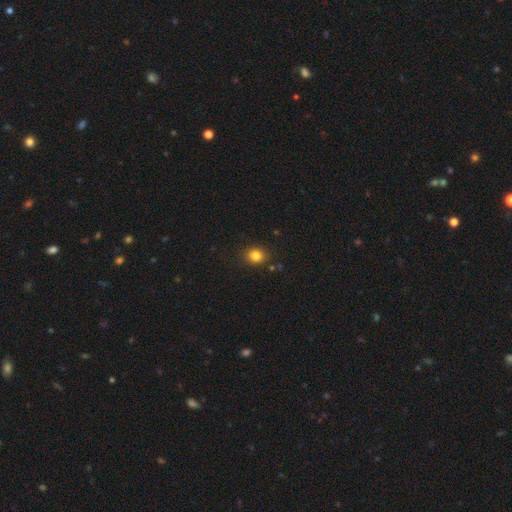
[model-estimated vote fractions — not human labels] smooth_or_featured: smooth (p=0.83) [alt: star or artifact p=0.12]
how_rounded: round (p=0.72) [alt: in between p=0.27]
merging: none (p=0.86) [alt: minor disturbance p=0.09]